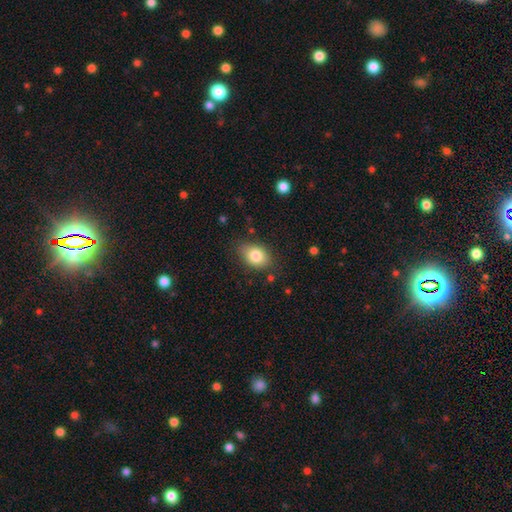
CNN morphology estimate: The model was most divided on "how rounded": in between: 74%, round: 25%, cigar-shaped: 1%. More confident: smooth or featured — smooth (82%); merging — none (79%).